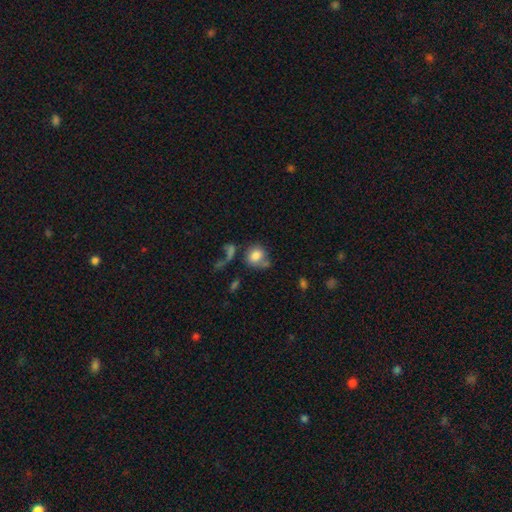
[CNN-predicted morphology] smooth-or-featured: smooth: 78% | featured or disk: 13% | star or artifact: 9%
  how-rounded: round: 72% | in between: 27% | cigar-shaped: 1%
  merging: none: 48% | minor disturbance: 18% | merger: 18% | major disturbance: 16%